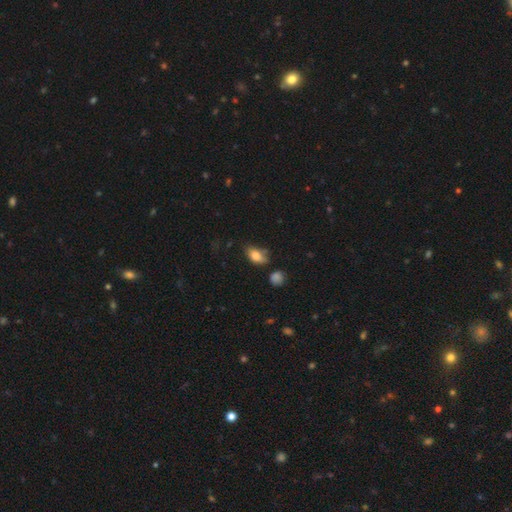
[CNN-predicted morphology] type=smooth (78%); roundness=in between (86%); merging=none (54%).